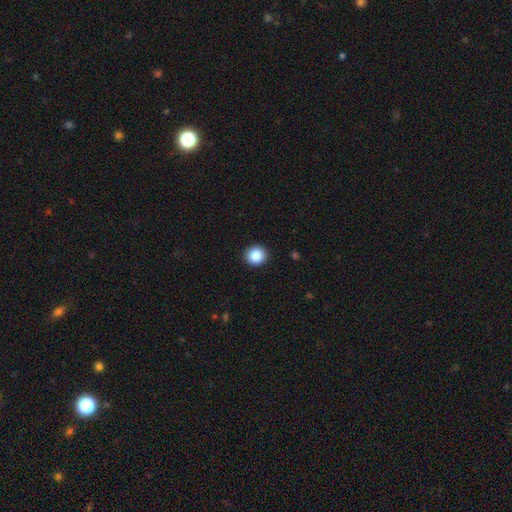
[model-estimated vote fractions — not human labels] Morphology: type=smooth (88%); roundness=round (89%); merging=none (92%).